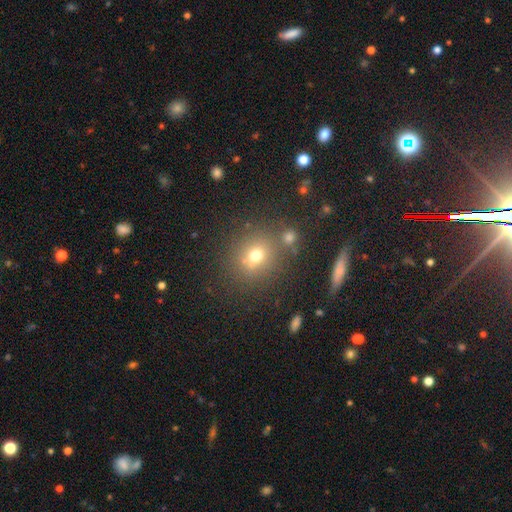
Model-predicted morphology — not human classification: The model was most divided on "smooth or featured": smooth: 69%, star or artifact: 19%, featured or disk: 12%. More confident: how rounded — round (77%); merging — none (72%).